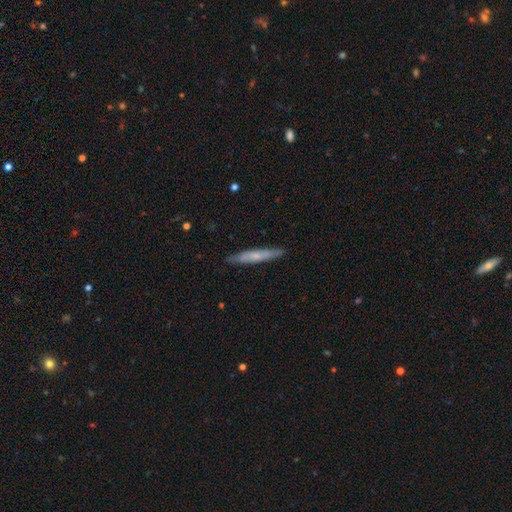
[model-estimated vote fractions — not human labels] Smooth or featured?
  - smooth: 51% *
  - featured or disk: 43%
  - star or artifact: 6%
How rounded?
  - cigar-shaped: 93% *
  - in between: 6%
  - round: 1%
Merging?
  - none: 87% *
  - minor disturbance: 10%
  - major disturbance: 2%
  - merger: 1%